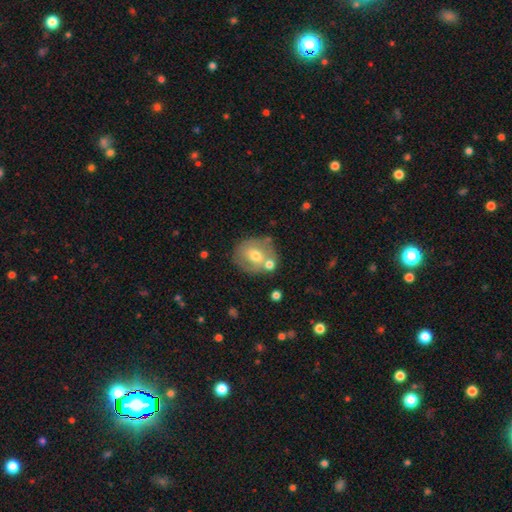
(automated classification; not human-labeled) Smooth or featured? smooth (53%)
How rounded? round (73%)
Merging? none (62%)